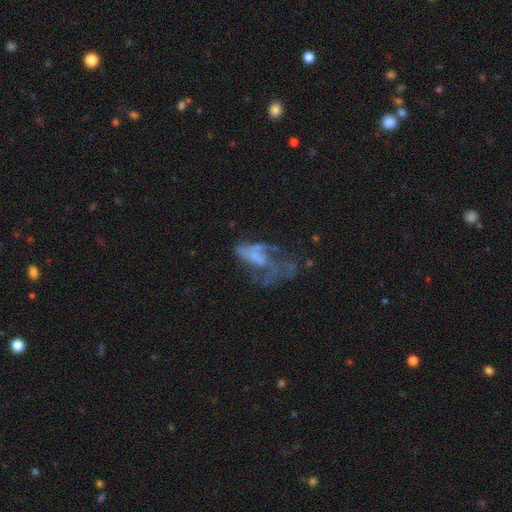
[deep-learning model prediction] A featured or disk galaxy (61%) with no bar (74%), no spiral arms (62%) and no central bulge (49%). Merging: major disturbance (50%).